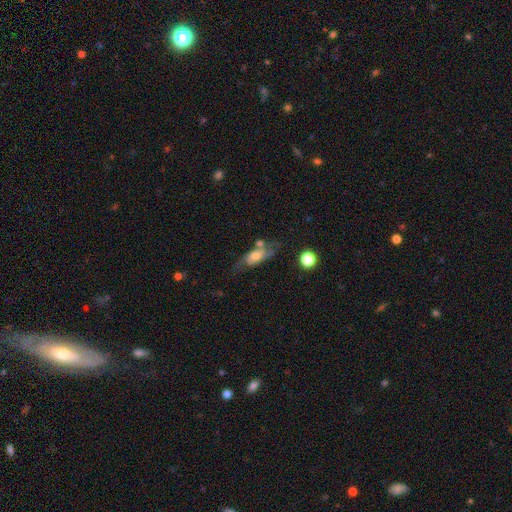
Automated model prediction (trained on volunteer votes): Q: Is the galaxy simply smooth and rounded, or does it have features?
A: featured or disk — 46%.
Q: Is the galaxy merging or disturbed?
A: none — 44%.